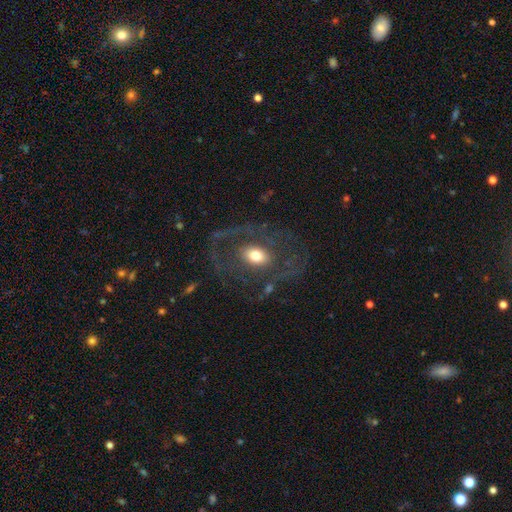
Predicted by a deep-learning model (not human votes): Q: Smooth or featured?
A: featured or disk (60%); runner-up: smooth (31%)
Q: Edge-on disk?
A: no (94%); runner-up: yes (6%)
Q: Bar?
A: no (73%); runner-up: weak (19%)
Q: Spiral arms?
A: yes (57%); runner-up: no (43%)
Q: Bulge size?
A: moderate (59%); runner-up: large (21%)
Q: Merging?
A: none (56%); runner-up: major disturbance (26%)